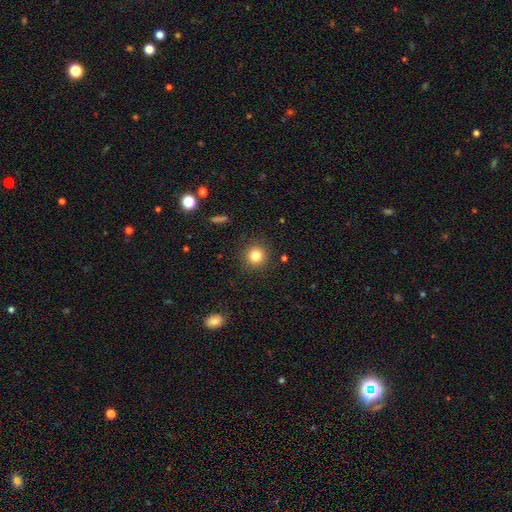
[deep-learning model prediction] This appears to be a smooth galaxy with no disk features (81%) that is round (93%). Merging: none (90%).